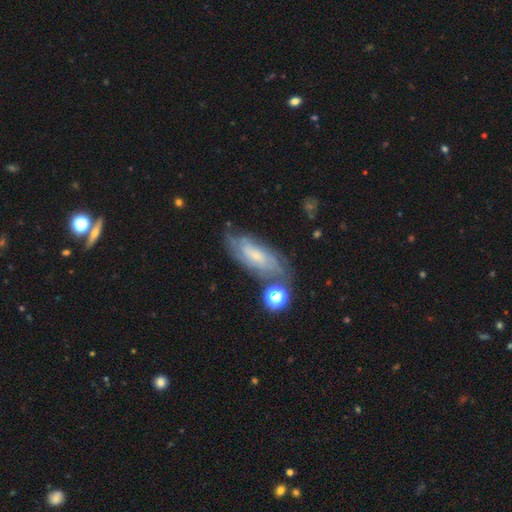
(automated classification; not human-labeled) Morphology: type=featured or disk (63%); edge-on=no (86%); bar=no (62%); spiral arms=yes (85%); bulge=small (60%); merging=none (65%).